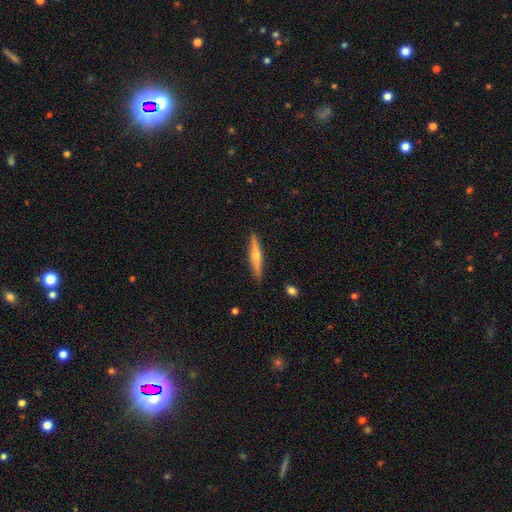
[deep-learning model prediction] This appears to be a featured or disk galaxy (62%) viewed edge-on (96%) with a rounded central bulge (88%). Merging: none (90%).